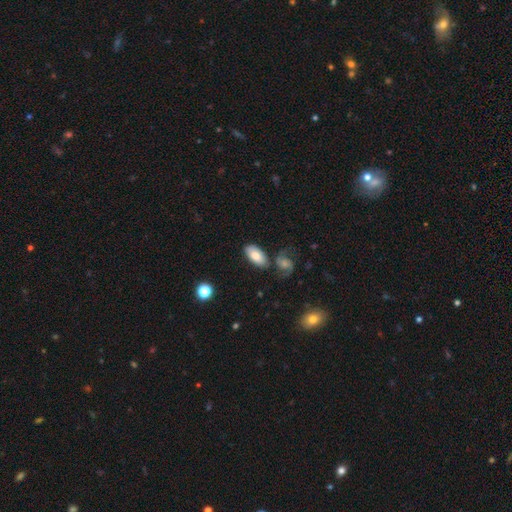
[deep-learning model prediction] Smooth or featured? Predicted: smooth (p=0.71). How rounded? Predicted: in between (p=0.92). Merging? Predicted: none (p=0.67).